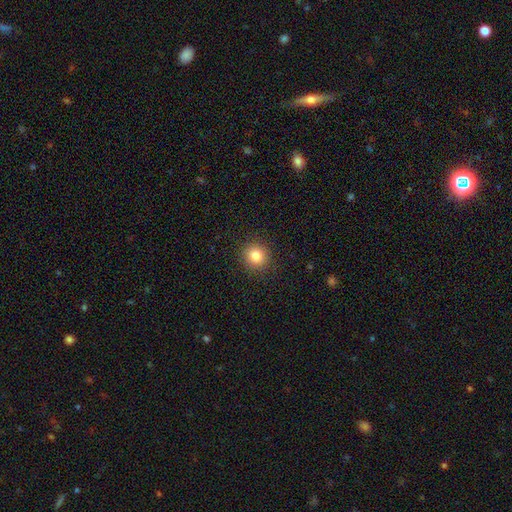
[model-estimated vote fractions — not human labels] The model was most divided on "smooth or featured": smooth: 84%, star or artifact: 11%, featured or disk: 5%. More confident: merging — none (91%); how rounded — round (91%).